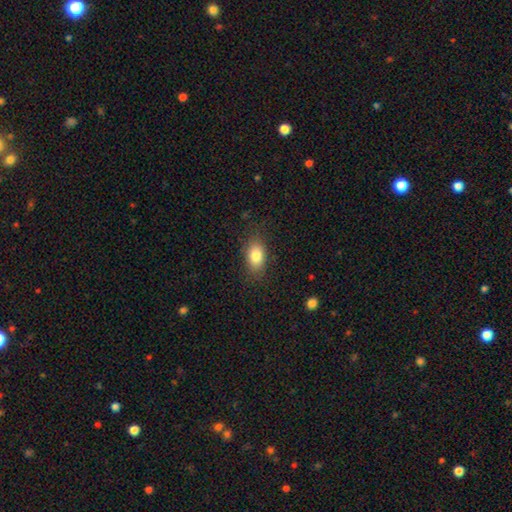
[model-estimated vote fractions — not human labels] smooth 83%, featured or disk 9%, star or artifact 8%. Down the decision tree: how rounded — in between (87%); merging — none (82%).